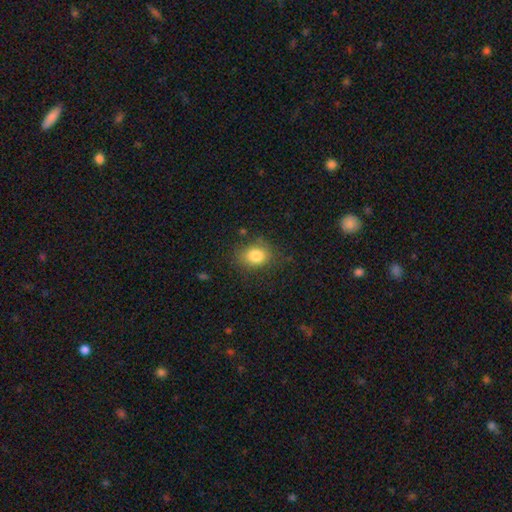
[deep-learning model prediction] Q: Smooth or featured?
A: smooth (82%); runner-up: star or artifact (10%)
Q: How rounded?
A: in between (54%); runner-up: round (45%)
Q: Merging?
A: none (76%); runner-up: minor disturbance (17%)